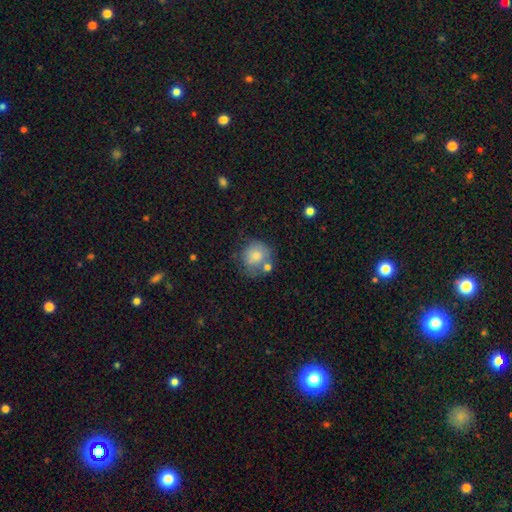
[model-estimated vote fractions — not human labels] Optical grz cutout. It shows a smooth galaxy with no disk features (74%) that is round (85%). Merging: none (50%).